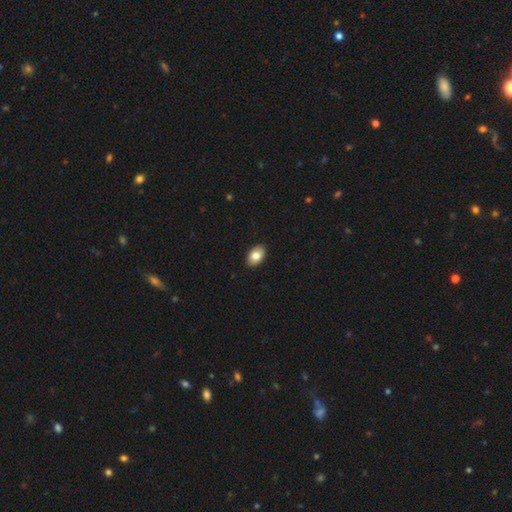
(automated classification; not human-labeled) Q: Smooth or featured?
A: smooth (83%); runner-up: featured or disk (10%)
Q: How rounded?
A: in between (91%); runner-up: round (7%)
Q: Merging?
A: none (90%); runner-up: minor disturbance (7%)